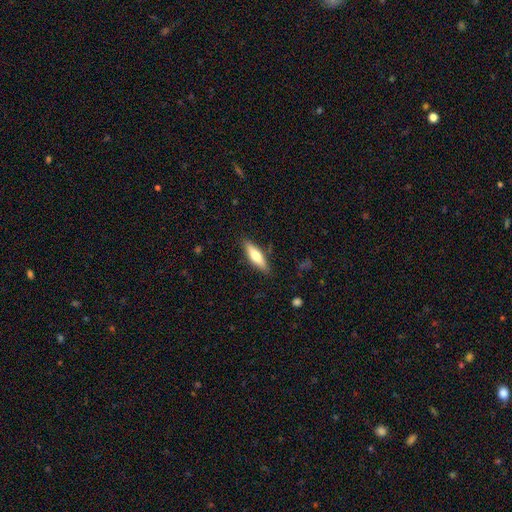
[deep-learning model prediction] Smooth or featured?
  - smooth: 64% *
  - featured or disk: 30%
  - star or artifact: 6%
How rounded?
  - cigar-shaped: 56% *
  - in between: 42%
  - round: 2%
Merging?
  - none: 86% *
  - minor disturbance: 10%
  - major disturbance: 2%
  - merger: 1%